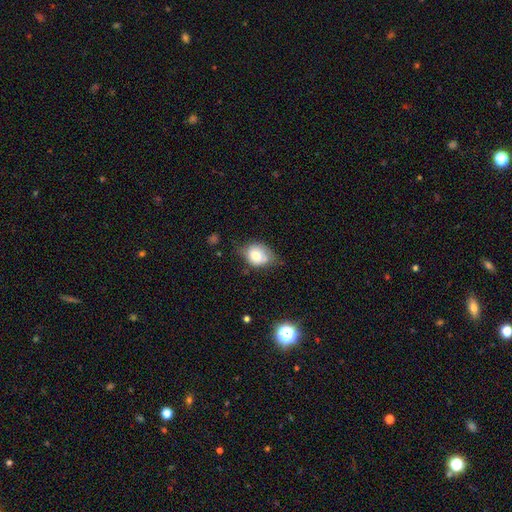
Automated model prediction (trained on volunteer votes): Smooth or featured: smooth — 74% (featured or disk — 17%)
How rounded: in between — 58% (round — 41%)
Merging: none — 47% (minor disturbance — 37%)